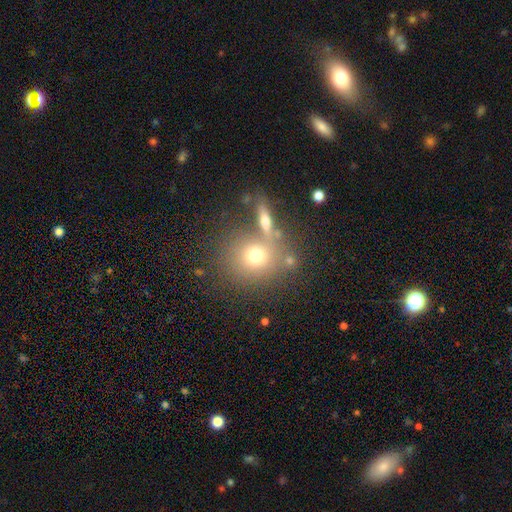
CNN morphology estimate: The model was most divided on "merging": none: 63%, merger: 20%, minor disturbance: 11%, major disturbance: 6%. More confident: how rounded — round (79%); smooth or featured — smooth (68%).